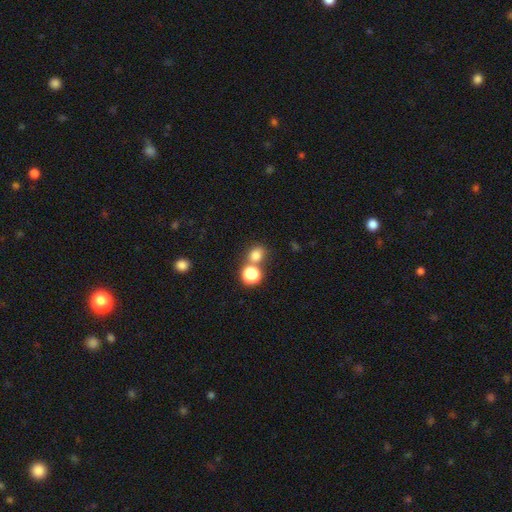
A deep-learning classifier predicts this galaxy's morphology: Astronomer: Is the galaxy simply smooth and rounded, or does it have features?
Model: smooth — 77%.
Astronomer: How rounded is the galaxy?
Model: round — 70%.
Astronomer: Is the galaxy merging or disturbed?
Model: none — 56% (runner-up: merger, 32%).